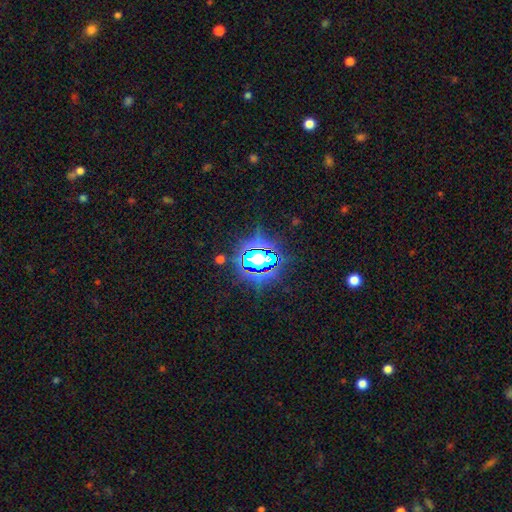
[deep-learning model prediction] Q: Smooth or featured?
A: star or artifact (80%); runner-up: smooth (13%)